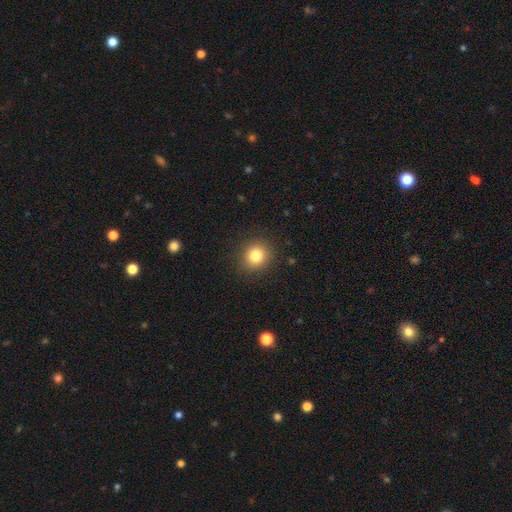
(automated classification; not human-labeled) Morphology: type=smooth (81%); roundness=round (85%); merging=none (89%).